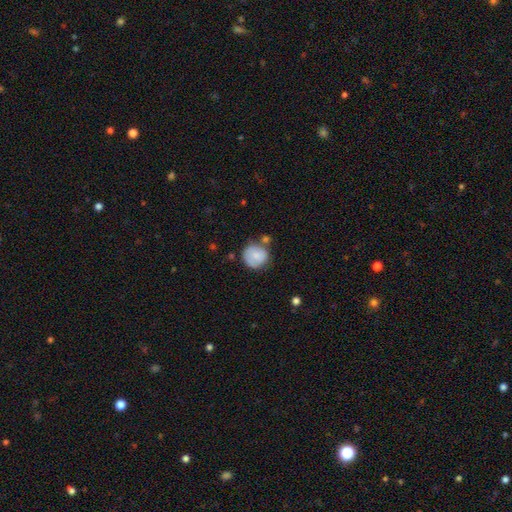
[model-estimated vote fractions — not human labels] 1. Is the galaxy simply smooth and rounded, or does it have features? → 75% smooth, 18% featured or disk, 7% star or artifact.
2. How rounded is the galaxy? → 89% round, 10% in between, 1% cigar-shaped.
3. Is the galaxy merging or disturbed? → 62% none, 21% minor disturbance, 11% merger, 6% major disturbance.